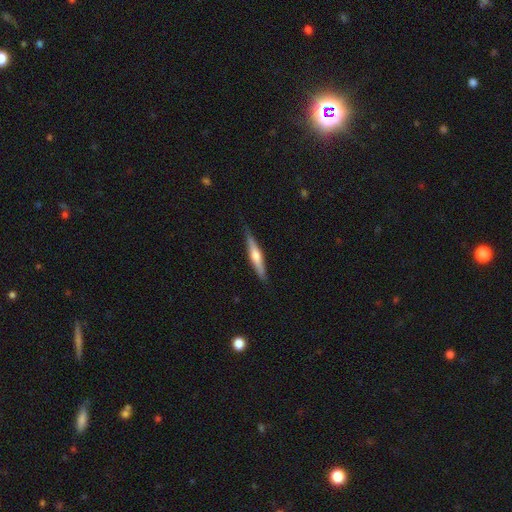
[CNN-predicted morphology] Smooth or featured? Predicted: featured or disk (p=0.54). Edge-on disk? Predicted: yes (p=0.96). Edge-on bulge? Predicted: rounded (p=0.83). Merging? Predicted: none (p=0.86).